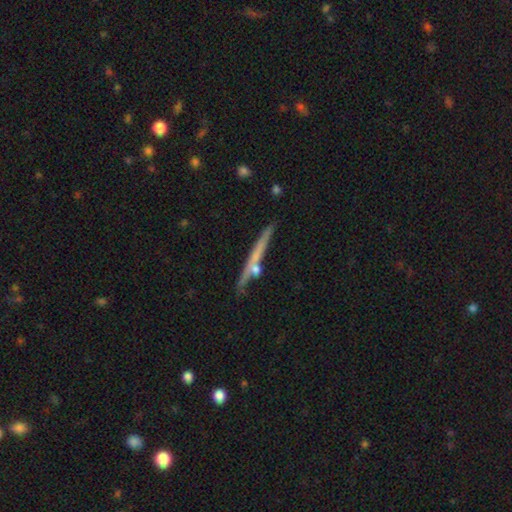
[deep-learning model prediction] A featured or disk galaxy (59%) viewed edge-on (95%) with no central bulge (57%).

Vote fractions:
- Smooth or featured? featured or disk: 59% / smooth: 34% / star or artifact: 7%
- Edge-on disk? yes: 95% / no: 5%
- Edge-on bulge? none: 57% / rounded: 37% / boxy: 5%
- Merging? none: 76% / minor disturbance: 12% / merger: 8% / major disturbance: 3%